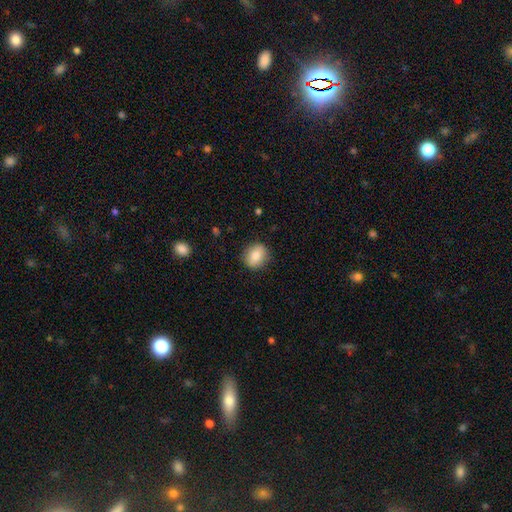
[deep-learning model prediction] smooth 82%, featured or disk 10%, star or artifact 8%. Down the decision tree: how rounded — round (63%); merging — none (86%).